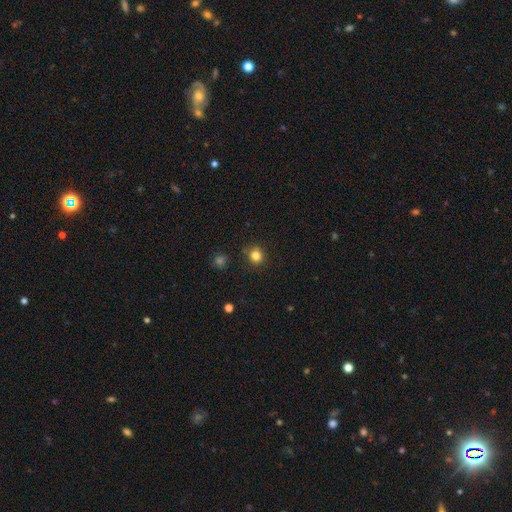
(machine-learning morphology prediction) A smooth galaxy with no disk features (82%) that is round (89%). Merging: none (84%).